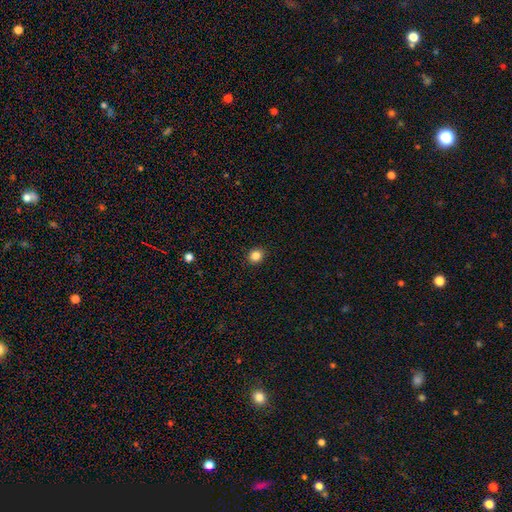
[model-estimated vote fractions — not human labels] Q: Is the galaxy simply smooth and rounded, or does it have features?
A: smooth — 85%.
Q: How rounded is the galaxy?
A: round — 78%.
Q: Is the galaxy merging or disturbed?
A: none — 91%.